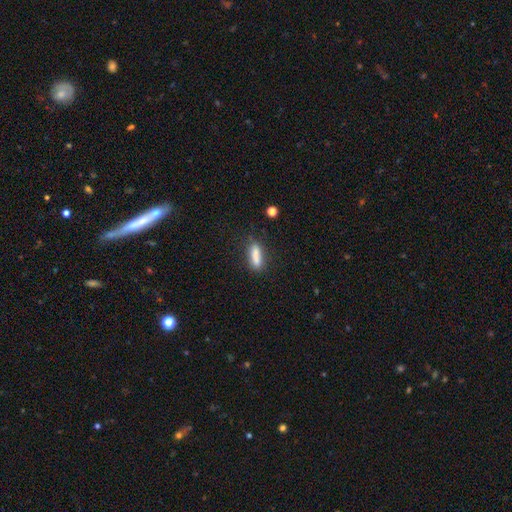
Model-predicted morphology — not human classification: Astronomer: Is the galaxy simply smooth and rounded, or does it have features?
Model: smooth — 80%.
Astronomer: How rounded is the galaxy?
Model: cigar-shaped — 59% (runner-up: in between, 39%).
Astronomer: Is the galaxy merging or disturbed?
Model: none — 69%.